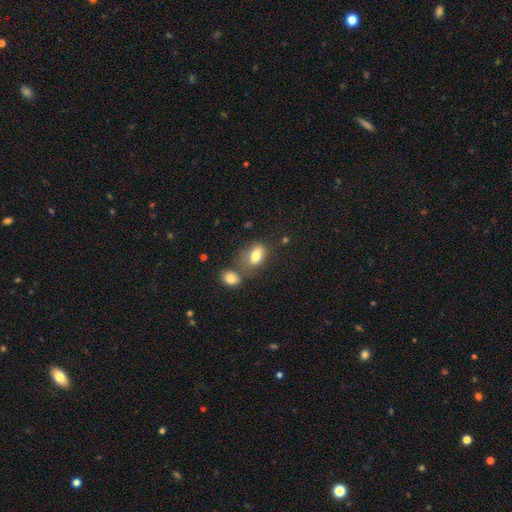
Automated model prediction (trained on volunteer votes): smooth 81%, featured or disk 11%, star or artifact 8%. Down the decision tree: how rounded — in between (86%); merging — none (46%).